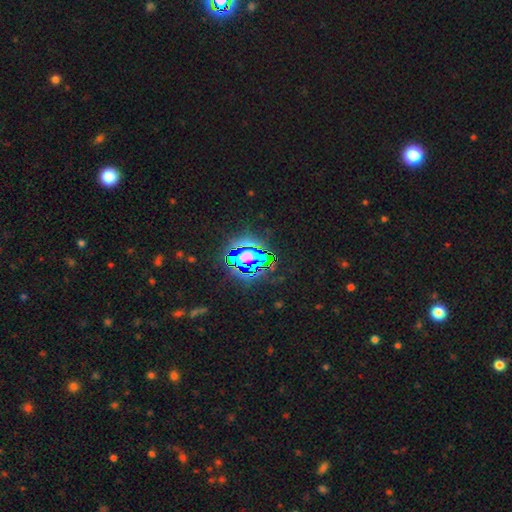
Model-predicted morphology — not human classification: Smooth or featured? Predicted: star or artifact (p=0.68).